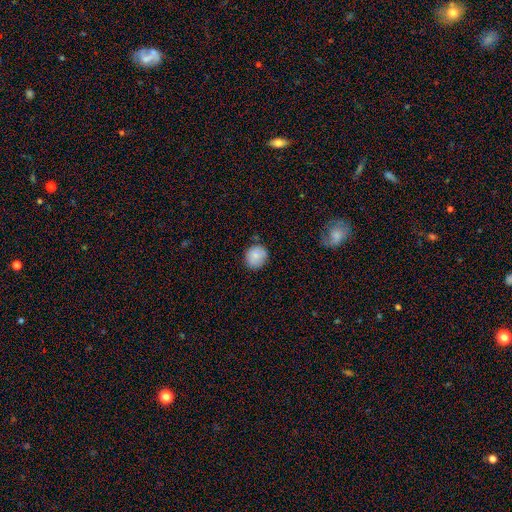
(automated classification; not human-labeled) Q: Smooth or featured?
A: smooth (85%); runner-up: star or artifact (8%)
Q: How rounded?
A: round (82%); runner-up: in between (17%)
Q: Merging?
A: none (80%); runner-up: minor disturbance (15%)